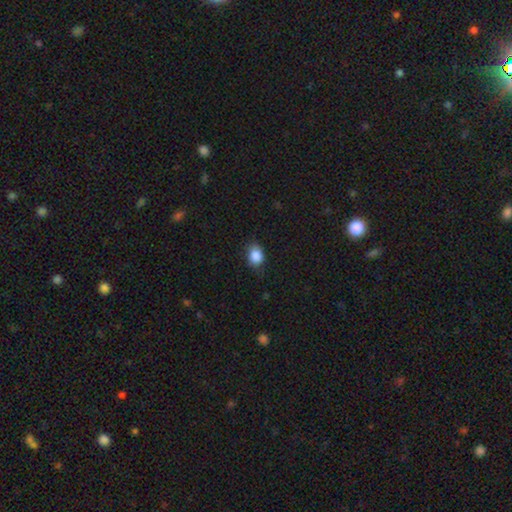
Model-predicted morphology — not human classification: Smooth or featured: smooth — 87% (star or artifact — 9%)
How rounded: in between — 60% (round — 39%)
Merging: none — 72% (minor disturbance — 22%)